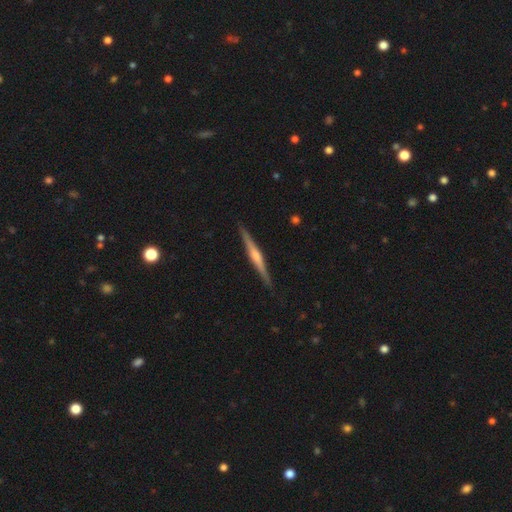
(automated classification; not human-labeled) Smooth or featured?
  - featured or disk: 79% *
  - smooth: 16%
  - star or artifact: 6%
Edge-on disk?
  - yes: 98% *
  - no: 2%
Edge-on bulge?
  - rounded: 76% *
  - none: 12%
  - boxy: 12%
Merging?
  - none: 91% *
  - minor disturbance: 7%
  - major disturbance: 1%
  - merger: 1%